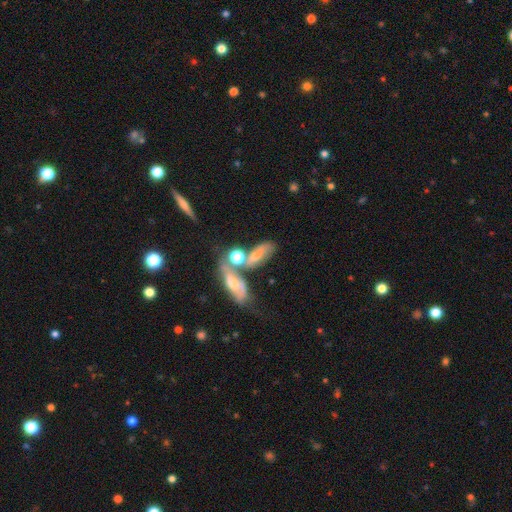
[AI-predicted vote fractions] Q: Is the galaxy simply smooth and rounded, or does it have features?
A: smooth — 55%.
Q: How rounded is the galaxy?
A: in between — 66%.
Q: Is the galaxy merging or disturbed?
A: merger — 43%.